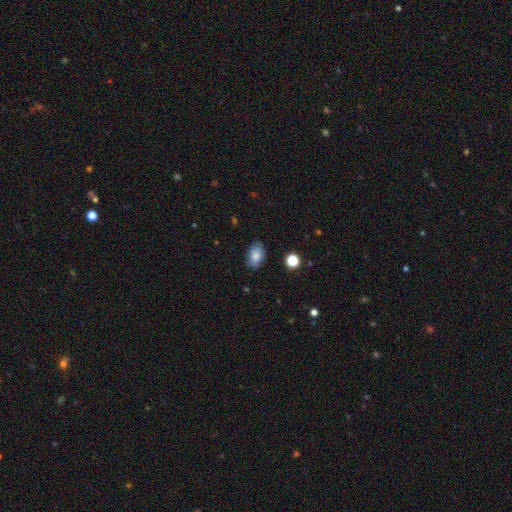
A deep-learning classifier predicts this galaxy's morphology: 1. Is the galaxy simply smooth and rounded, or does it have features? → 83% smooth, 9% star or artifact, 8% featured or disk.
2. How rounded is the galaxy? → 87% in between, 12% round, 1% cigar-shaped.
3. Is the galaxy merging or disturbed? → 82% none, 14% minor disturbance, 3% major disturbance, 1% merger.